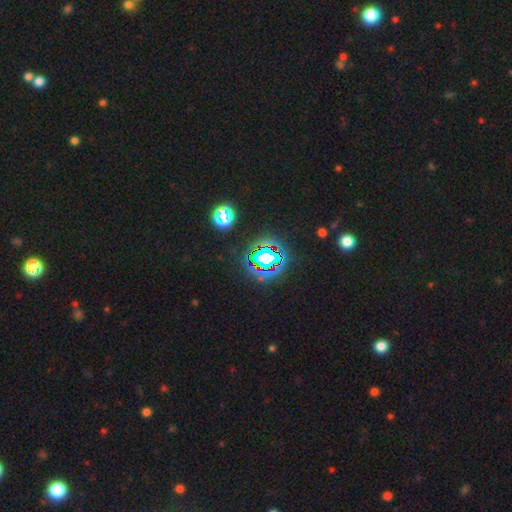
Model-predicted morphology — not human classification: This is likely a star or artifact rather than a galaxy (79%).